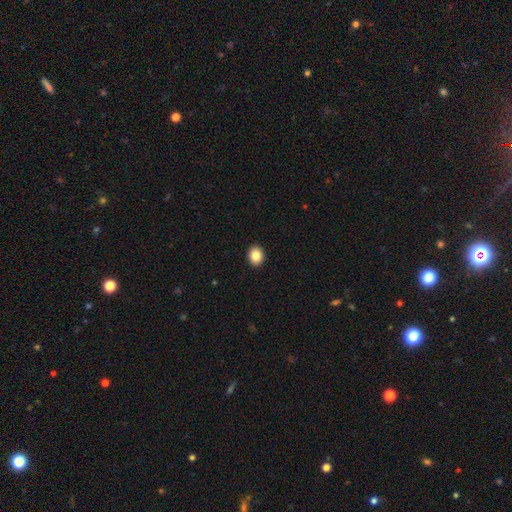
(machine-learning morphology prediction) Smooth or featured: smooth — 86% (star or artifact — 9%)
How rounded: round — 54% (in between — 45%)
Merging: none — 93% (minor disturbance — 5%)